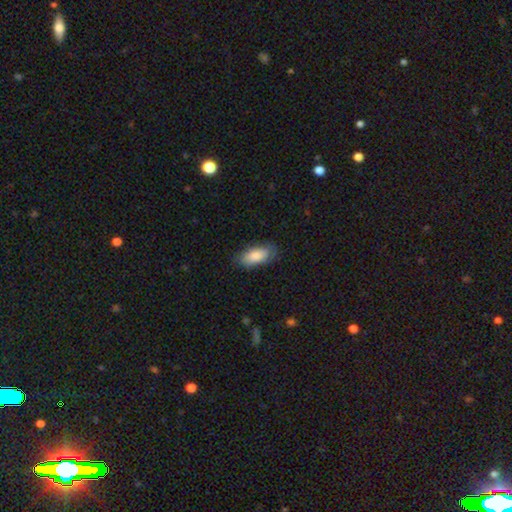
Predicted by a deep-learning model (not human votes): This appears to be a smooth galaxy with no disk features (80%) that is in between round and cigar-shaped (88%). Merging: none (77%).